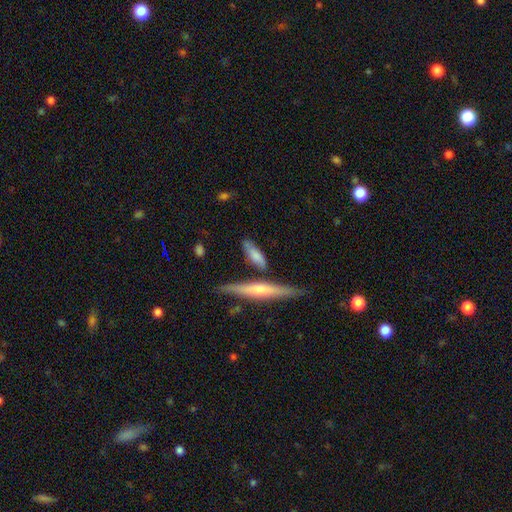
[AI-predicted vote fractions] The model was most divided on "how rounded": cigar-shaped: 58%, in between: 39%, round: 3%. More confident: smooth or featured — smooth (65%); merging — none (63%).